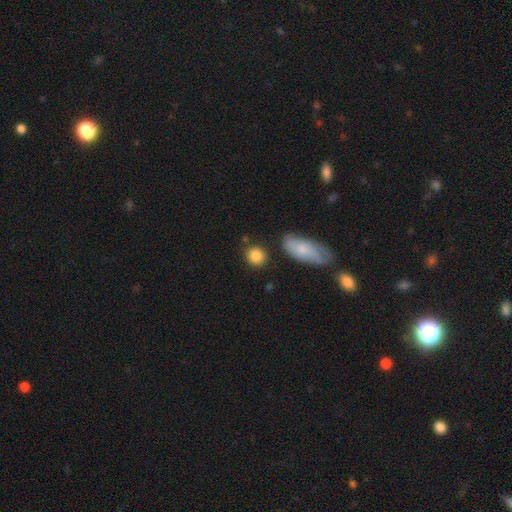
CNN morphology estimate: A smooth galaxy with no disk features (86%) that is round (75%).

Vote fractions:
- Smooth or featured? smooth: 86% / star or artifact: 8% / featured or disk: 6%
- How rounded? round: 75% / in between: 23% / cigar-shaped: 2%
- Merging? none: 80% / minor disturbance: 11% / merger: 6% / major disturbance: 3%